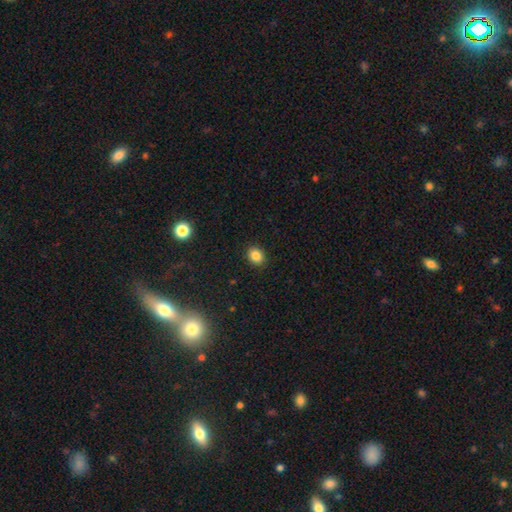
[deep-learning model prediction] This appears to be a smooth galaxy with no disk features (85%) that is in between round and cigar-shaped (52%). Merging: none (89%).